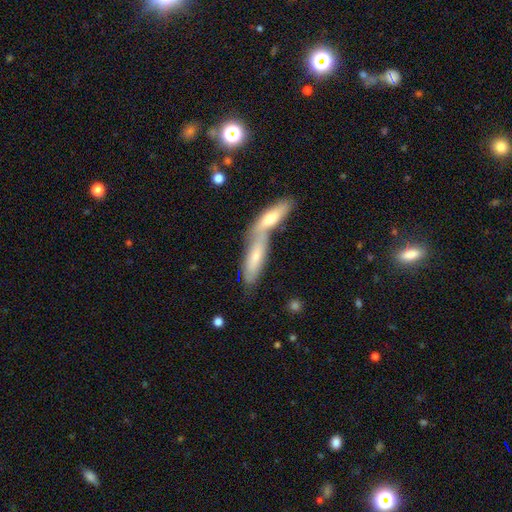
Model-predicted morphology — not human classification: A featured or disk galaxy (44%). Merging: merger (58%).